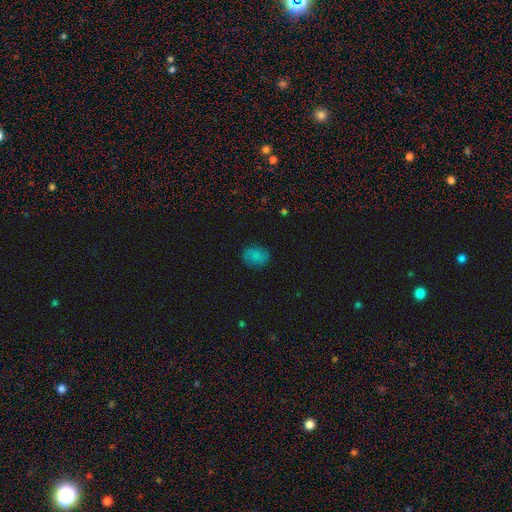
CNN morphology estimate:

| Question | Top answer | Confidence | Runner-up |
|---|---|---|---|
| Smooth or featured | smooth | 76% | star or artifact (12%) |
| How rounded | in between | 60% | round (39%) |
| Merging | none | 82% | minor disturbance (14%) |